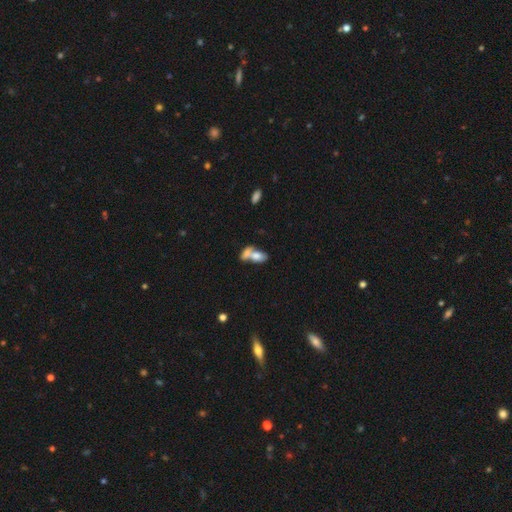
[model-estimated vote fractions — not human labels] Q: Smooth or featured?
A: smooth (72%); runner-up: featured or disk (20%)
Q: How rounded?
A: in between (86%); runner-up: round (8%)
Q: Merging?
A: merger (67%); runner-up: none (20%)